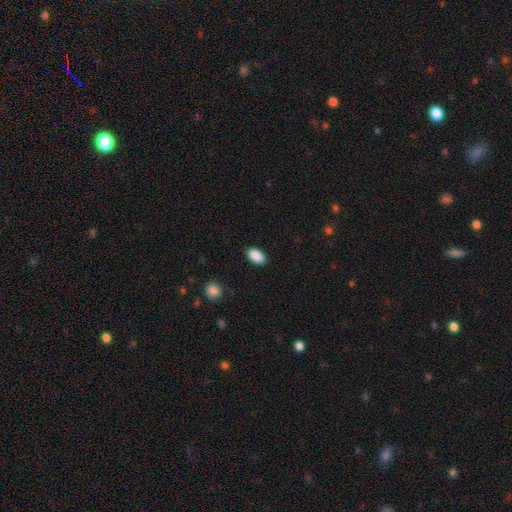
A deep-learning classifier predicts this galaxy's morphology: A smooth galaxy with no disk features (89%) that is in between round and cigar-shaped (93%).

Vote fractions:
- Smooth or featured? smooth: 89% / star or artifact: 7% / featured or disk: 3%
- How rounded? in between: 93% / round: 4% / cigar-shaped: 2%
- Merging? none: 88% / minor disturbance: 9% / major disturbance: 2% / merger: 1%